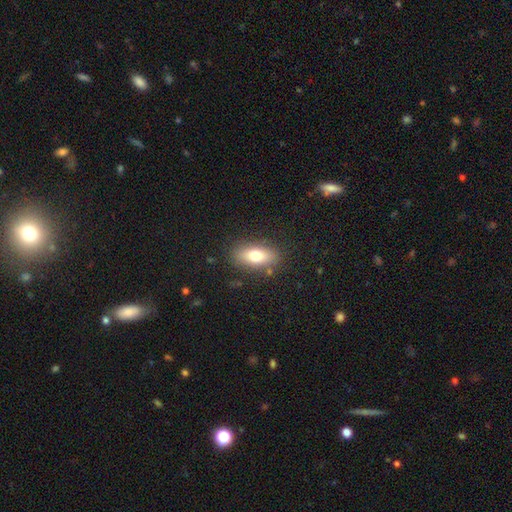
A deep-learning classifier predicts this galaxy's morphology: This appears to be a smooth galaxy with no disk features (75%) that is in between round and cigar-shaped (83%). Merging: none (84%).